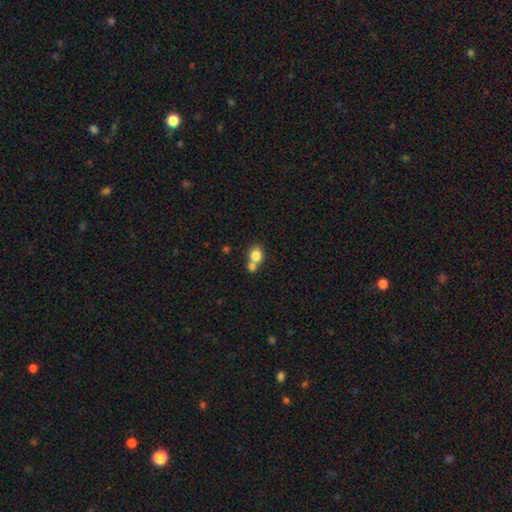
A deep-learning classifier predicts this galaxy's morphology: This is clearly a smooth galaxy (81%). How rounded: likely round (72%). Merging: possibly merger (50%).